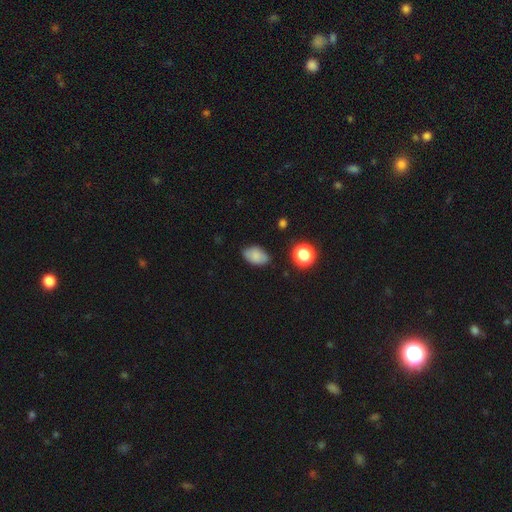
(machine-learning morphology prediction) This is clearly a smooth galaxy (81%). How rounded: clearly in between (86%). Merging: likely none (75%).